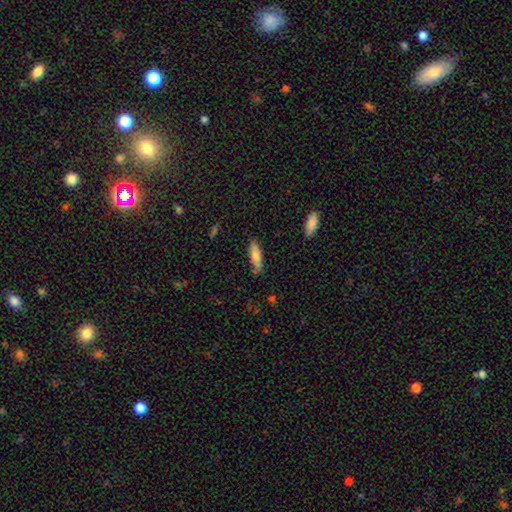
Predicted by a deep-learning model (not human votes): A smooth galaxy with no disk features (81%) that is in between round and cigar-shaped (51%). Merging: none (77%).